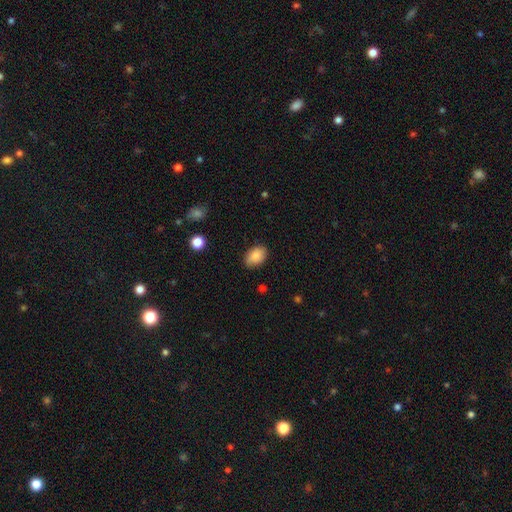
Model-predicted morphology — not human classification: smooth 86%, star or artifact 8%, featured or disk 6%. Down the decision tree: how rounded — in between (84%); merging — none (80%).